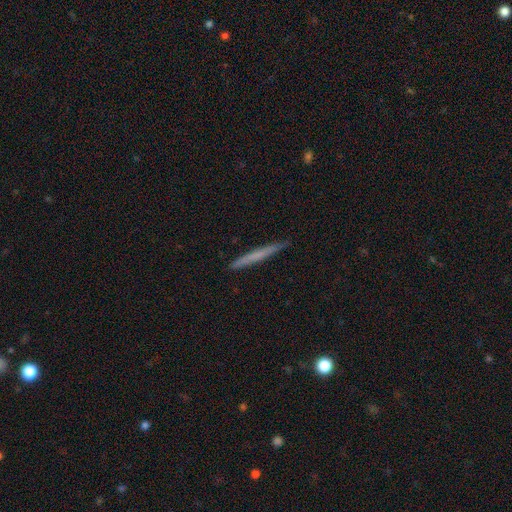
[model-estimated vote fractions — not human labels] A smooth galaxy with no disk features (57%) that is cigar-shaped (97%). Merging: none (90%).